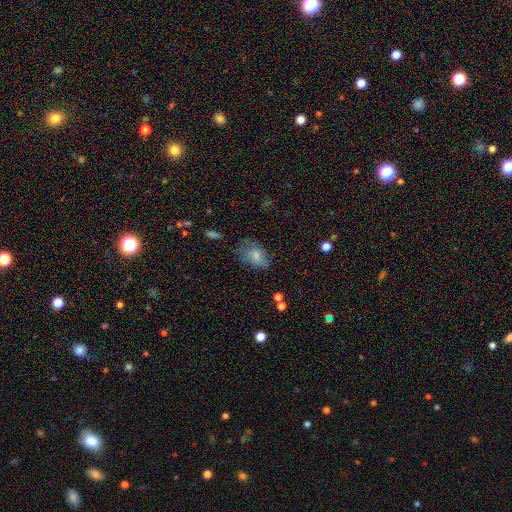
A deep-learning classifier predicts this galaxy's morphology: Smooth or featured? smooth (74%)
How rounded? in between (81%)
Merging? none (51%)